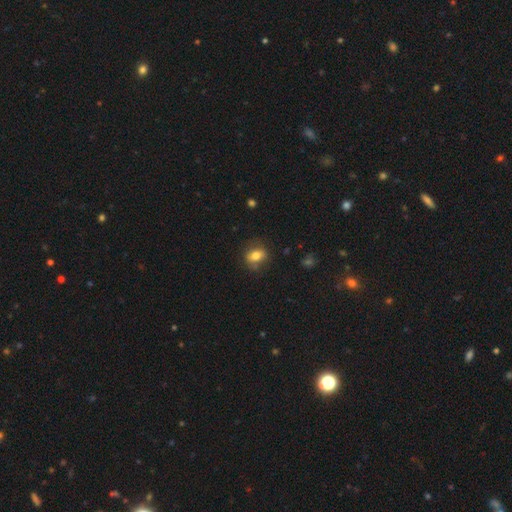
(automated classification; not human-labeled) Overall: smooth (76%). How rounded: in between (61%; round 37%). Merging: none (76%).